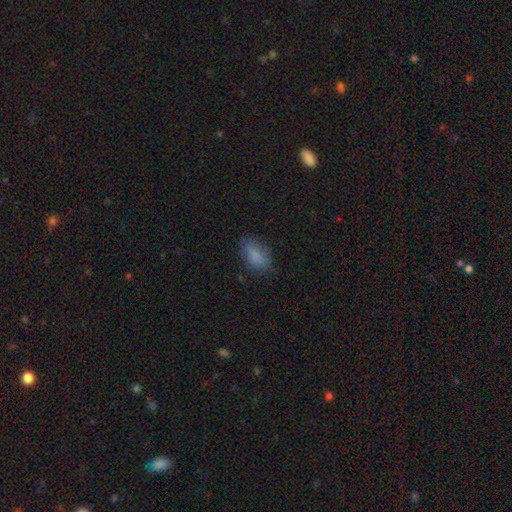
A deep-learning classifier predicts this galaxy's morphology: smooth_or_featured: smooth (p=0.78) [alt: featured or disk p=0.11]
how_rounded: in between (p=0.85) [alt: round p=0.08]
merging: none (p=0.68) [alt: minor disturbance p=0.23]